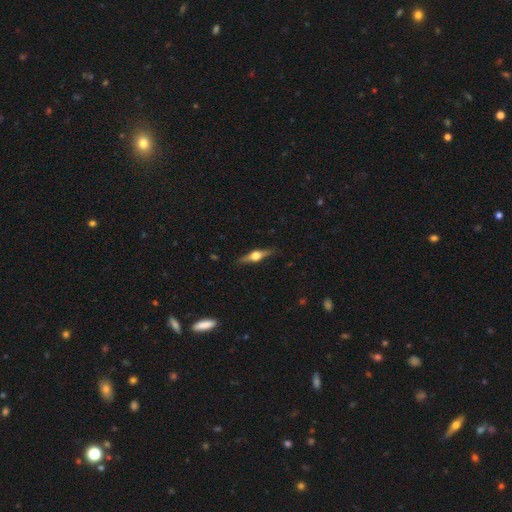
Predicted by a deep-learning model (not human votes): This is likely a featured or disk galaxy (73%). It is clearly viewed edge-on (97%). Edge-on bulge: clearly rounded (95%). Merging: clearly none (88%).